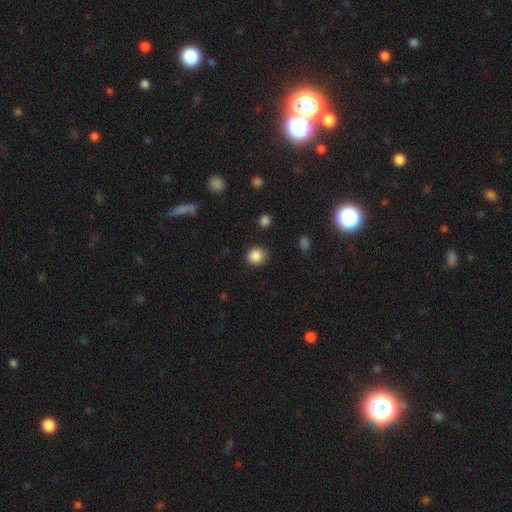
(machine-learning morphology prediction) Smooth or featured?
  - smooth: 86% *
  - star or artifact: 10%
  - featured or disk: 4%
How rounded?
  - round: 83% *
  - in between: 17%
  - cigar-shaped: 1%
Merging?
  - none: 88% *
  - minor disturbance: 8%
  - major disturbance: 3%
  - merger: 2%